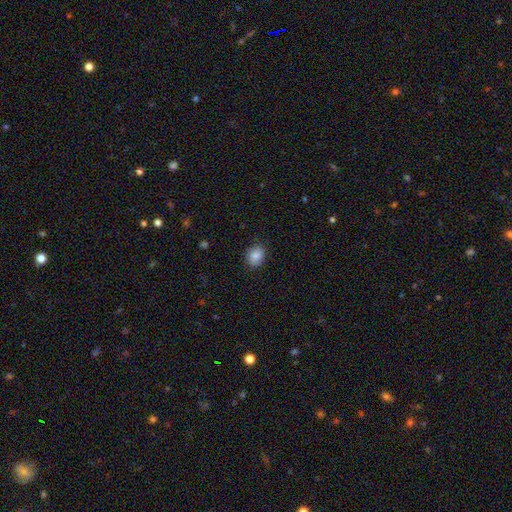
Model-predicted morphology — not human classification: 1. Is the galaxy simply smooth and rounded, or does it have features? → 87% smooth, 8% star or artifact, 5% featured or disk.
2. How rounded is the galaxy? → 50% round, 49% in between, 1% cigar-shaped.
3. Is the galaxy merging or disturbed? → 85% none, 12% minor disturbance, 3% major disturbance, 1% merger.